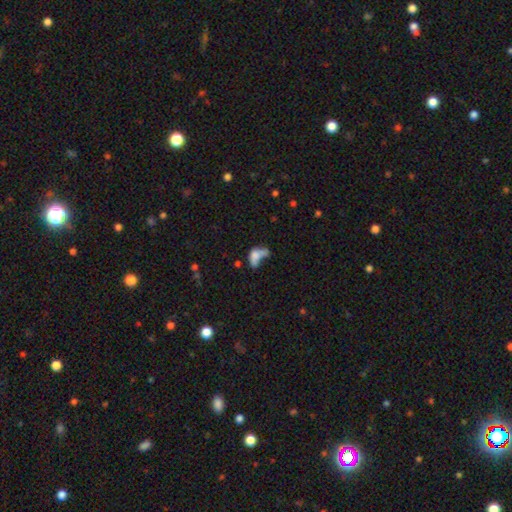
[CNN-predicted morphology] A smooth galaxy with no disk features (61%) that is in between round and cigar-shaped (81%). Merging: merger (38%).